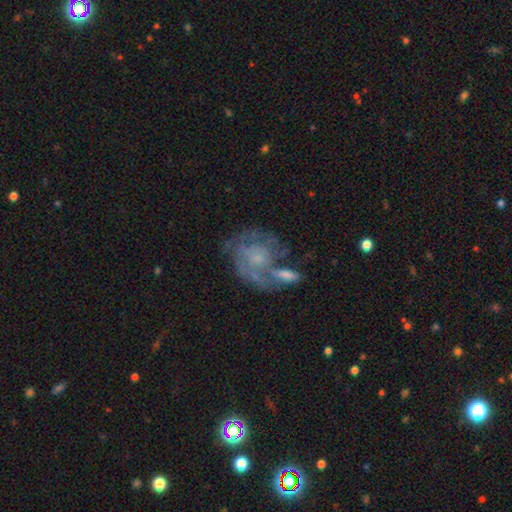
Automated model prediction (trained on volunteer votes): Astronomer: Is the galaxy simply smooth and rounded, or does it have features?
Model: featured or disk — 70%.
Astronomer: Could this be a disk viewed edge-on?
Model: no — 97%.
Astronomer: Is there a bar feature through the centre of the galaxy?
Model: no — 78%.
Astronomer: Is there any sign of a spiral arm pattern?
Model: yes — 68%.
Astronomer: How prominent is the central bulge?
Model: small — 48% (runner-up: moderate, 24%).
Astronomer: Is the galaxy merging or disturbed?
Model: none — 35% (runner-up: merger, 28%).